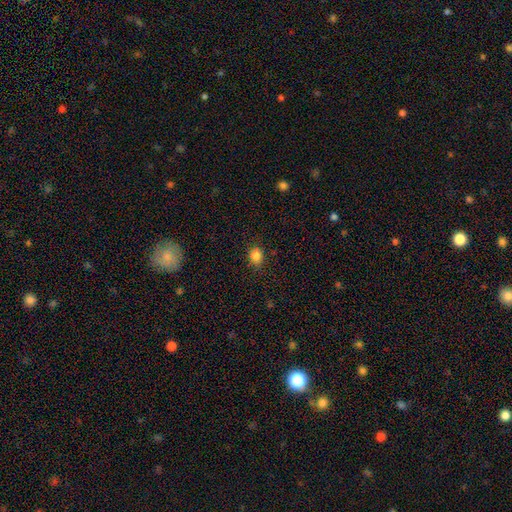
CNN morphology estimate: Overall: smooth (84%). How rounded: in between (50%; round 49%). Merging: none (81%).